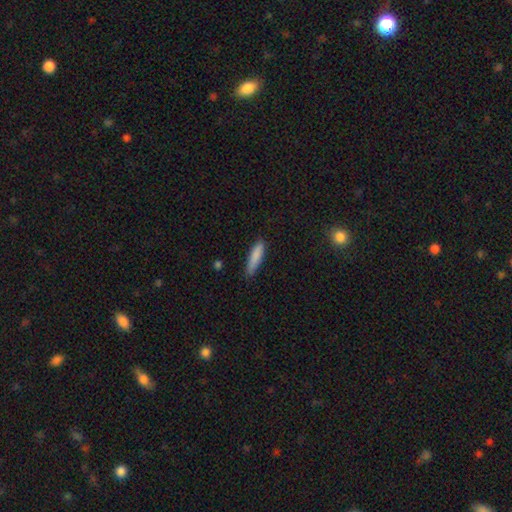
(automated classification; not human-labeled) Q: Smooth or featured?
A: smooth (85%); runner-up: featured or disk (8%)
Q: How rounded?
A: cigar-shaped (77%); runner-up: in between (22%)
Q: Merging?
A: none (81%); runner-up: minor disturbance (15%)